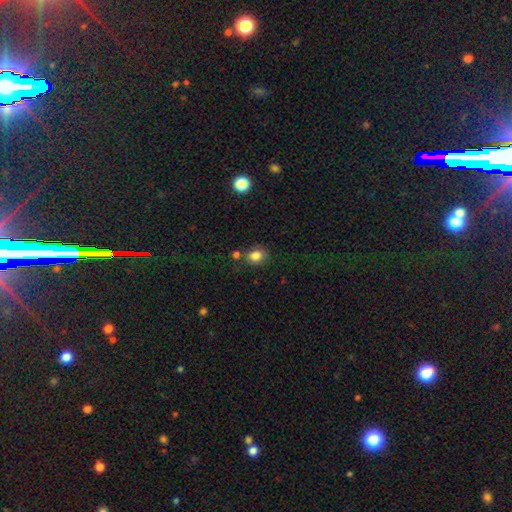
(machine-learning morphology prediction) type=smooth (84%); roundness=in between (52%); merging=none (70%).